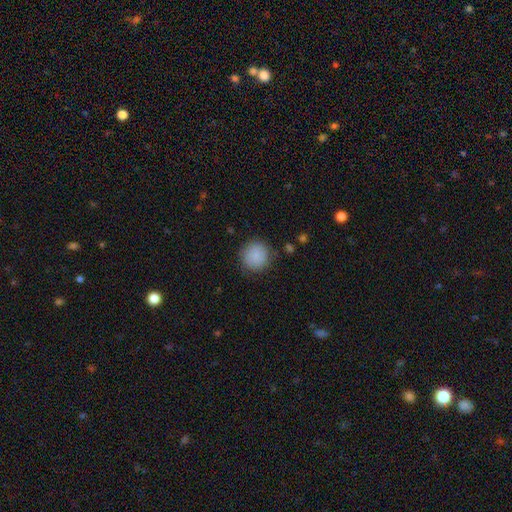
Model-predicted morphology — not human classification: This is clearly a smooth galaxy (86%). How rounded: clearly round (92%). Merging: clearly none (85%).